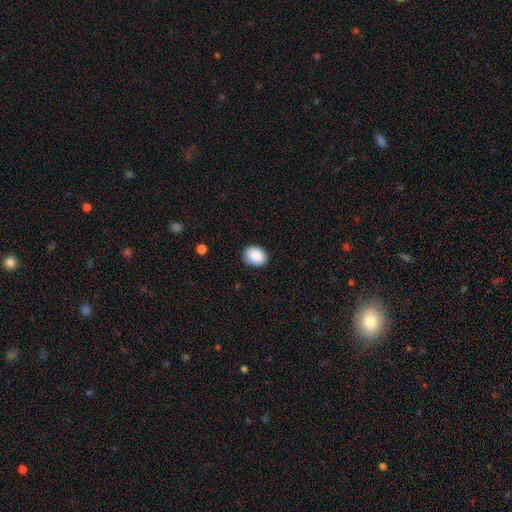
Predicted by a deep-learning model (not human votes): Smooth or featured? smooth (89%)
How rounded? in between (56%)
Merging? none (87%)